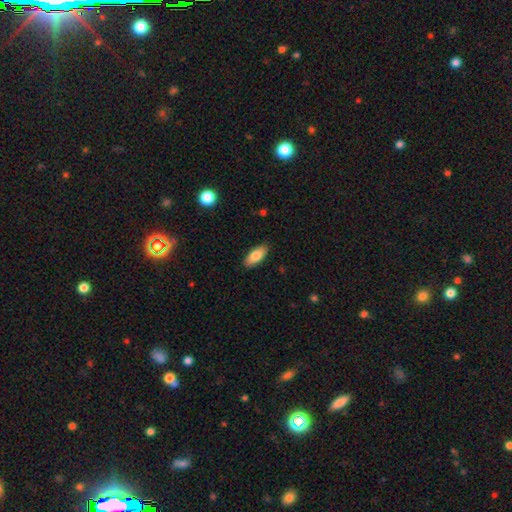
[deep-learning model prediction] Overall: smooth (81%). How rounded: in between (83%). Merging: none (88%).